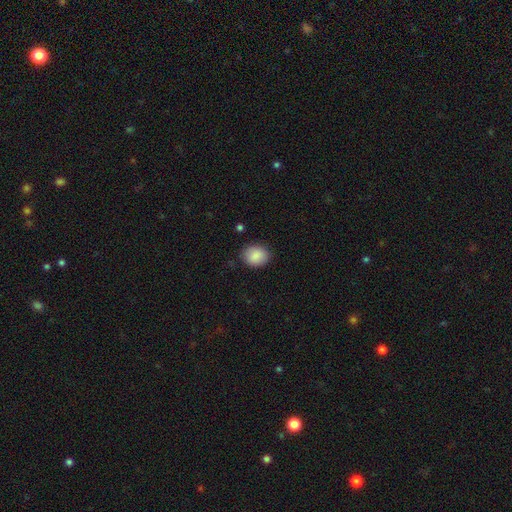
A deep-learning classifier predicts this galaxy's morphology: smooth 88%, star or artifact 7%, featured or disk 4%. Down the decision tree: how rounded — round (50%); merging — none (85%).